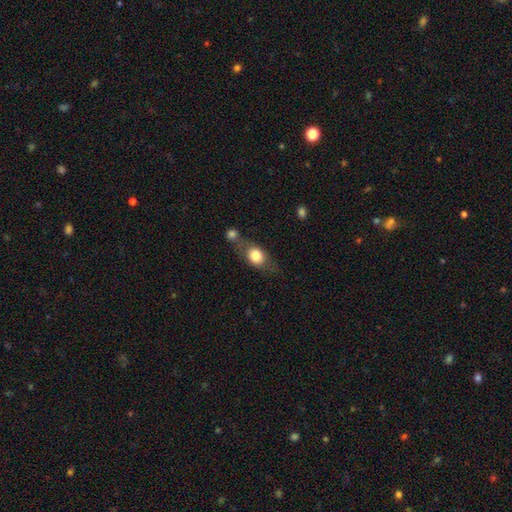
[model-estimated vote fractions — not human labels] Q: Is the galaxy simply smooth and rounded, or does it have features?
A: smooth — 72%.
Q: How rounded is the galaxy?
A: in between — 56%.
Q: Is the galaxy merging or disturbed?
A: none — 45%.